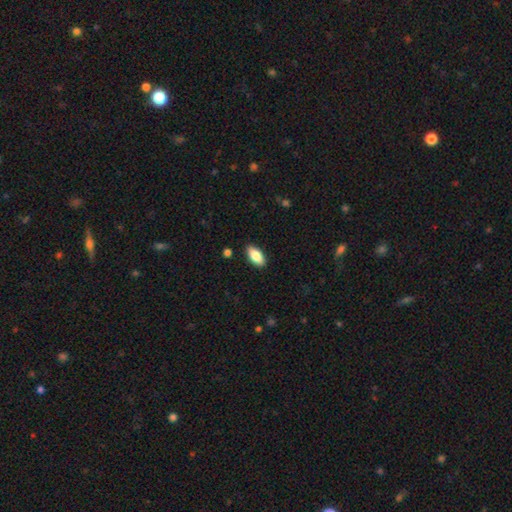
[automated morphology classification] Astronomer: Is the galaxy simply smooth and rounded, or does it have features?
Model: smooth — 85%.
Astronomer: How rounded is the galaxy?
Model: in between — 91%.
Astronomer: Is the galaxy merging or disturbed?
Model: none — 89%.